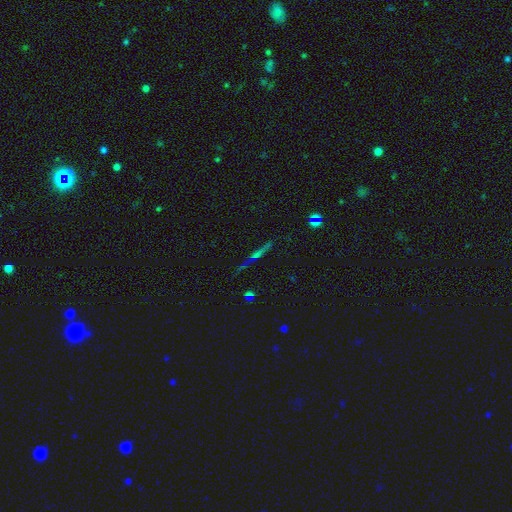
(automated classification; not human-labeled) featured or disk 63%, star or artifact 21%, smooth 15%. Down the decision tree: edge-on disk — yes (94%); edge-on bulge — rounded (71%); merging — none (85%).